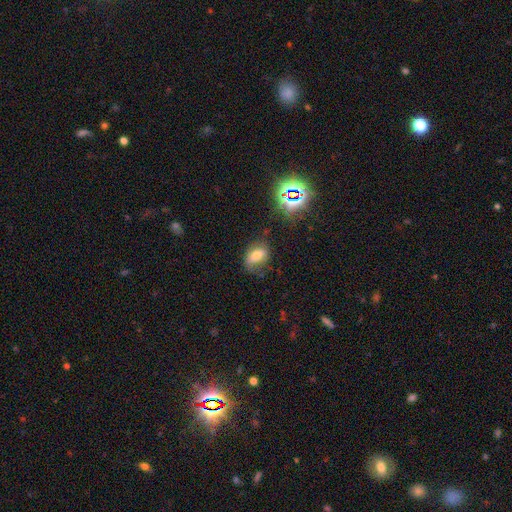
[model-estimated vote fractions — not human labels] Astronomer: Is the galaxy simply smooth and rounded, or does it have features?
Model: smooth — 61%.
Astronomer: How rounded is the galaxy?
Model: in between — 82%.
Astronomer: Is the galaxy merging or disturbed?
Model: none — 58%.